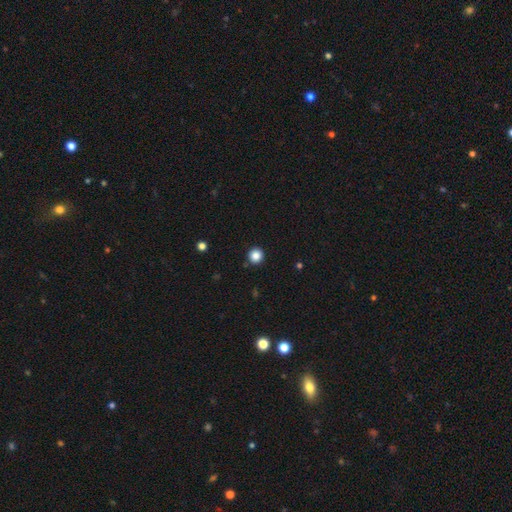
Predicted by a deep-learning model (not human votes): Overall: smooth (86%). How rounded: round (95%). Merging: none (92%).